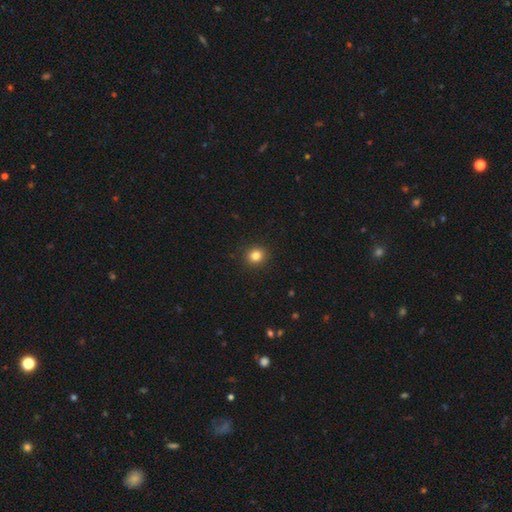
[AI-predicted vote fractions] A smooth galaxy with no disk features (84%) that is round (80%). Merging: none (92%).